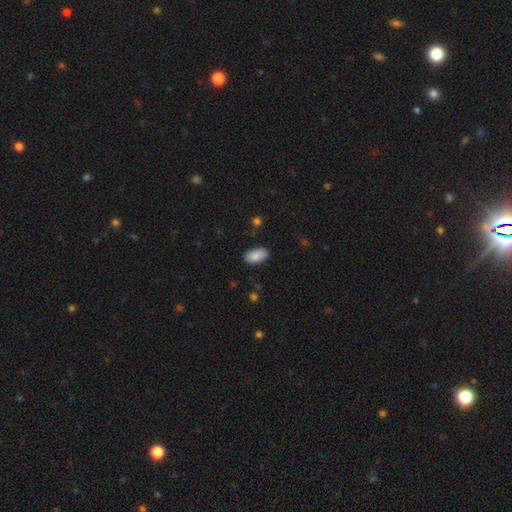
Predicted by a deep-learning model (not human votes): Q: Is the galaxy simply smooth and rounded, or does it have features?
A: smooth — 88%.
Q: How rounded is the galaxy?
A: in between — 95%.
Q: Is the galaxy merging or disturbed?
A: none — 84%.